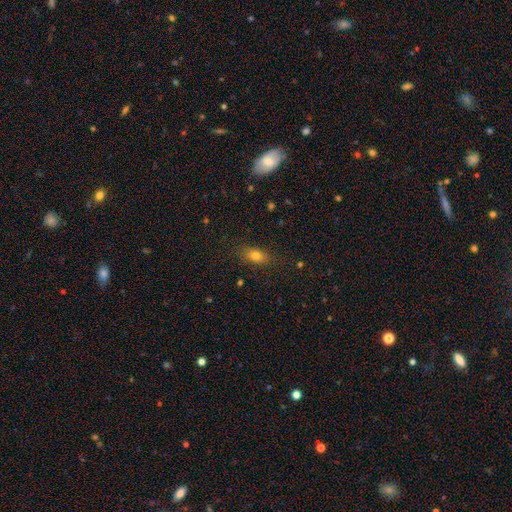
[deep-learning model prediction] This appears to be a smooth galaxy with no disk features (76%) that is in between round and cigar-shaped (78%). Merging: none (84%).